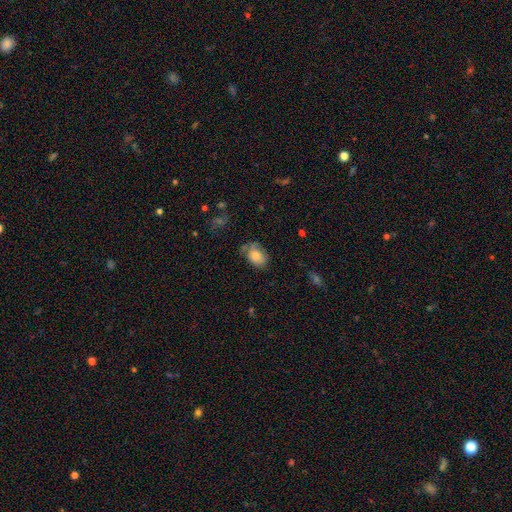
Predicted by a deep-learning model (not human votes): Q: Smooth or featured?
A: smooth (75%); runner-up: featured or disk (17%)
Q: How rounded?
A: in between (81%); runner-up: round (18%)
Q: Merging?
A: none (52%); runner-up: minor disturbance (32%)